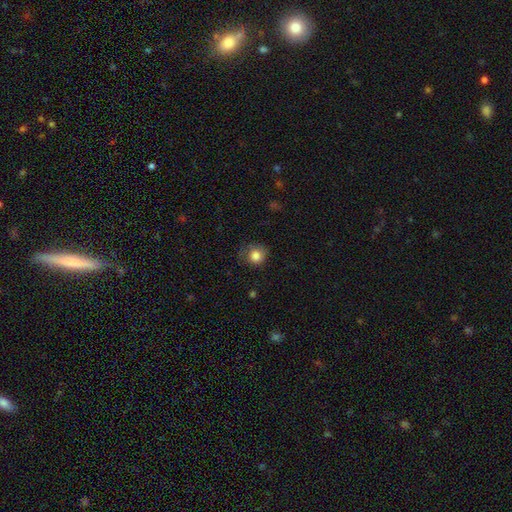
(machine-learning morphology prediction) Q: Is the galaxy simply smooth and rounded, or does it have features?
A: smooth — 83%.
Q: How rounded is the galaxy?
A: round — 84%.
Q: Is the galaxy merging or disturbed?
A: none — 64%.